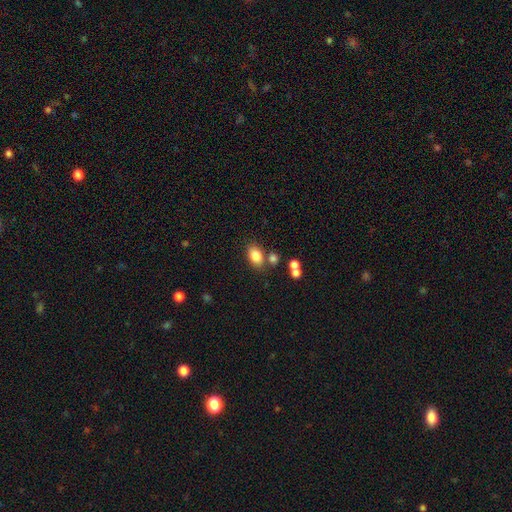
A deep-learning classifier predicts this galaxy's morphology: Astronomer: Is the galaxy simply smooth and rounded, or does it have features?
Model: smooth — 84%.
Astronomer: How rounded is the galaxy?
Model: in between — 85%.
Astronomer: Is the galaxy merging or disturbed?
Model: none — 70%.